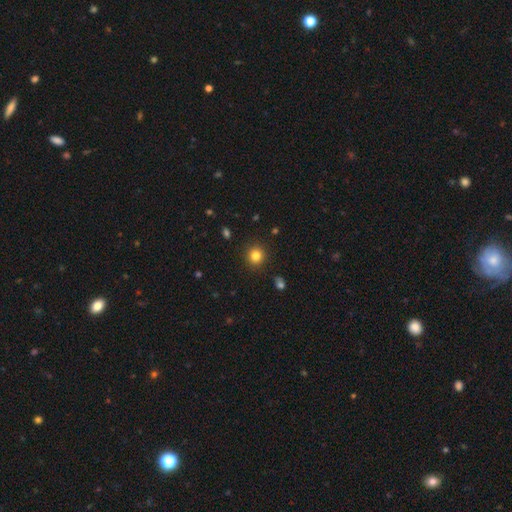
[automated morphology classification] Smooth or featured: smooth — 82% (star or artifact — 12%)
How rounded: round — 91% (in between — 8%)
Merging: none — 90% (minor disturbance — 6%)